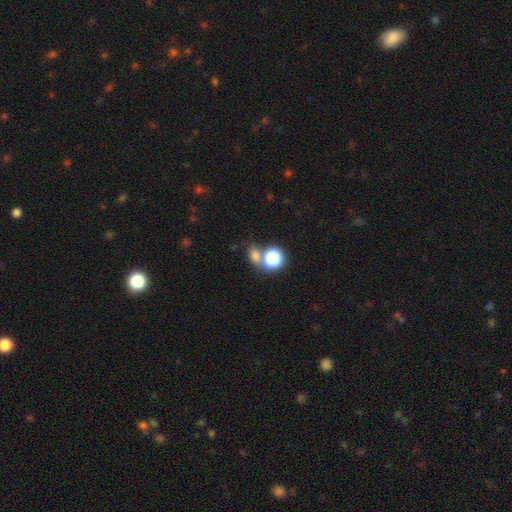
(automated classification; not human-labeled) Smooth or featured: smooth — 70% (star or artifact — 21%)
How rounded: in between — 51% (round — 47%)
Merging: none — 51% (merger — 34%)